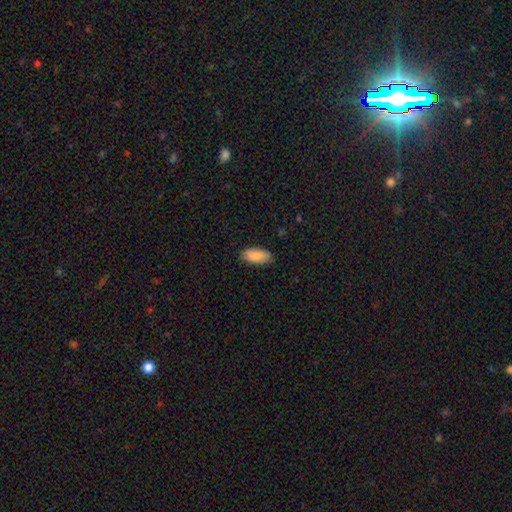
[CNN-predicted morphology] A smooth galaxy with no disk features (89%) that is in between round and cigar-shaped (89%).

Vote fractions:
- Smooth or featured? smooth: 89% / star or artifact: 6% / featured or disk: 6%
- How rounded? in between: 89% / cigar-shaped: 9% / round: 2%
- Merging? none: 85% / minor disturbance: 12% / major disturbance: 2% / merger: 1%